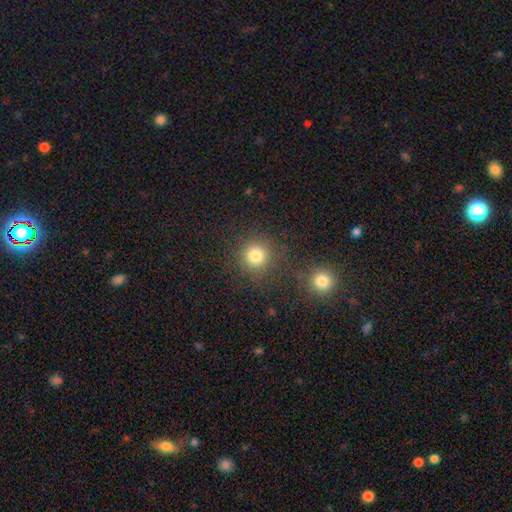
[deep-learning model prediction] This appears to be a smooth galaxy with no disk features (80%) that is round (94%). Merging: none (84%).